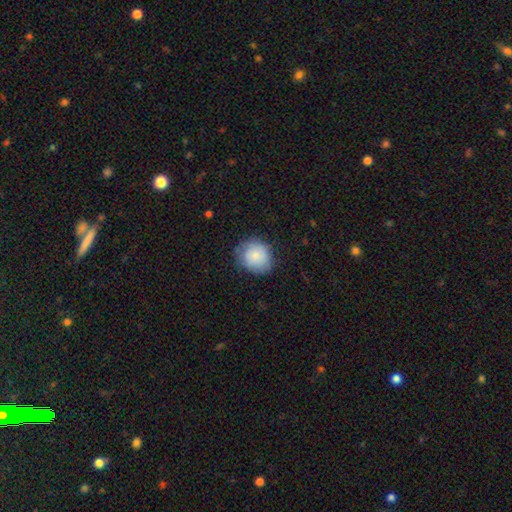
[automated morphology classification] type=smooth (81%); roundness=round (78%); merging=none (73%).